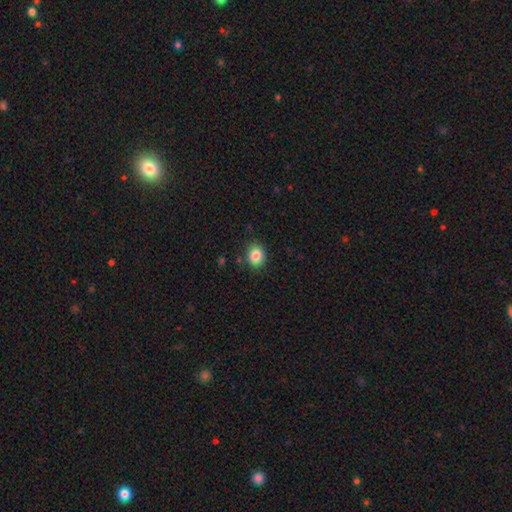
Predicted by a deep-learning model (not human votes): Smooth or featured? smooth (85%)
How rounded? round (56%)
Merging? none (85%)